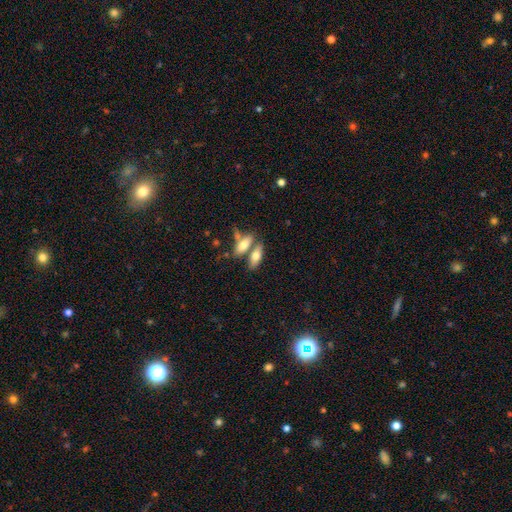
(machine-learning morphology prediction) type=smooth (70%); roundness=in between (72%); merging=none (48%).